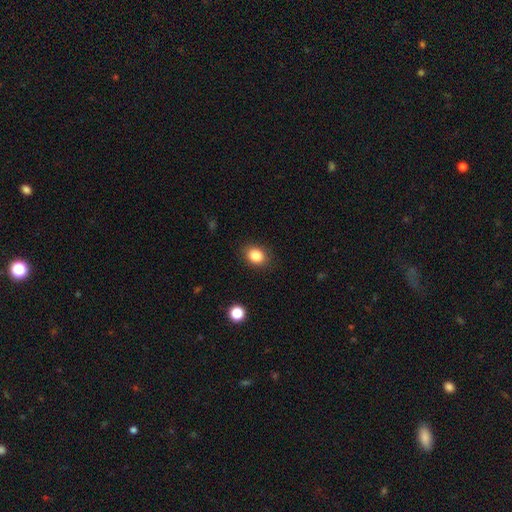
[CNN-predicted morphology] A smooth galaxy with no disk features (85%) that is round (50%).

Vote fractions:
- Smooth or featured? smooth: 85% / star or artifact: 10% / featured or disk: 5%
- How rounded? round: 50% / in between: 49% / cigar-shaped: 1%
- Merging? none: 88% / minor disturbance: 9% / major disturbance: 3% / merger: 1%